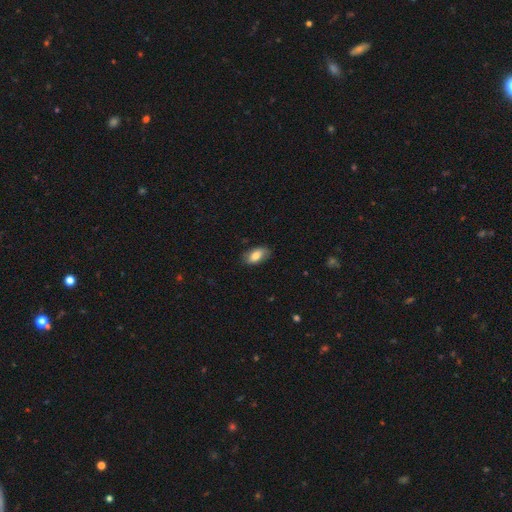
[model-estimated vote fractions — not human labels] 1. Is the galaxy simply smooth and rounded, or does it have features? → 77% smooth, 16% featured or disk, 7% star or artifact.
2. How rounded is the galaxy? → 93% in between, 4% round, 3% cigar-shaped.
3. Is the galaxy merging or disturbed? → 79% none, 17% minor disturbance, 3% major disturbance, 1% merger.